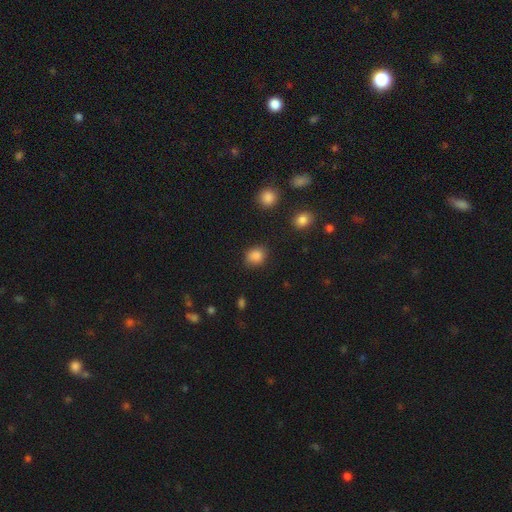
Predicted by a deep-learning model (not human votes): Smooth or featured? smooth (86%)
How rounded? round (59%)
Merging? none (81%)